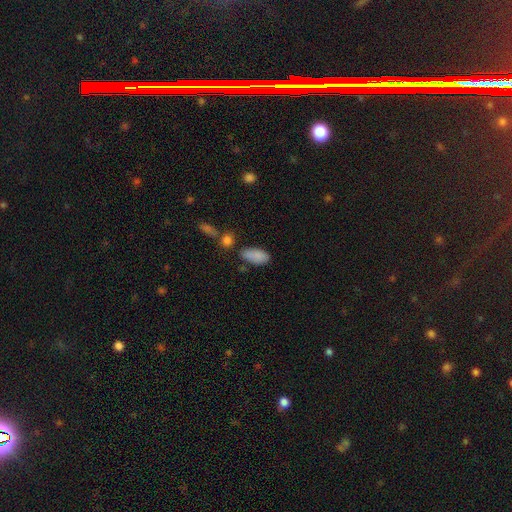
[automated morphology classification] A smooth galaxy with no disk features (84%) that is in between round and cigar-shaped (91%).

Vote fractions:
- Smooth or featured? smooth: 84% / star or artifact: 8% / featured or disk: 7%
- How rounded? in between: 91% / cigar-shaped: 6% / round: 3%
- Merging? none: 60% / minor disturbance: 21% / merger: 12% / major disturbance: 7%